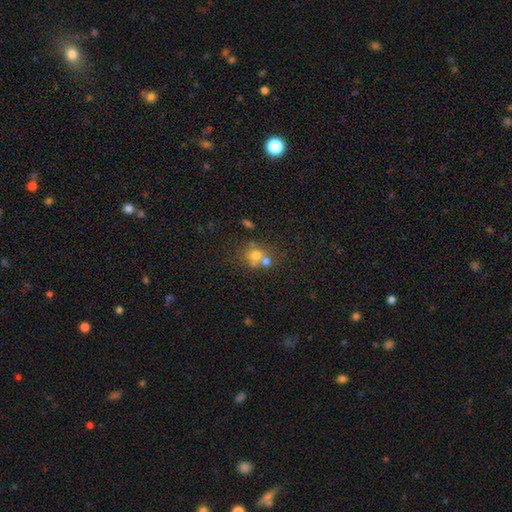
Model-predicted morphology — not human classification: This appears to be a smooth galaxy with no disk features (63%) that is round (74%). Merging: merger (45%).